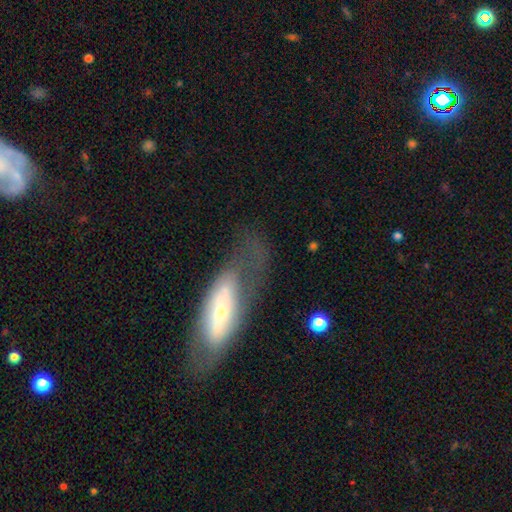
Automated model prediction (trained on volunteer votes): Smooth or featured?
  - featured or disk: 55% *
  - smooth: 37%
  - star or artifact: 8%
Edge-on disk?
  - no: 73% *
  - yes: 27%
Merging?
  - none: 61% *
  - minor disturbance: 19%
  - major disturbance: 17%
  - merger: 3%